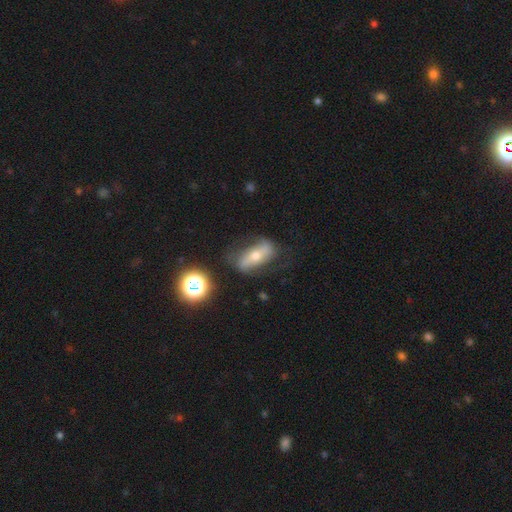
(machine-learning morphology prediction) A featured or disk galaxy (55%). Merging: none (65%).